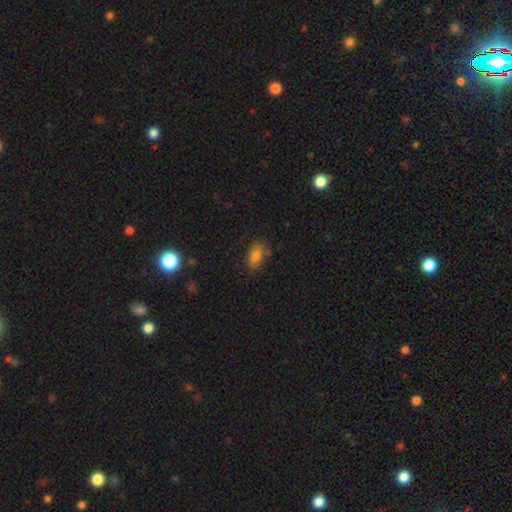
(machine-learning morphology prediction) Overall: smooth (80%). How rounded: in between (89%). Merging: none (75%).